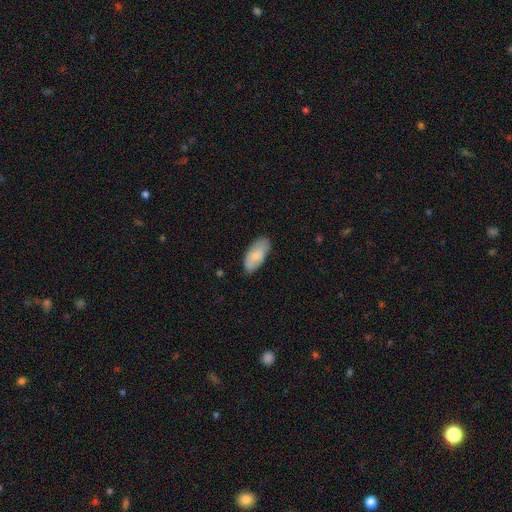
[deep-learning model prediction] Smooth or featured: smooth — 76% (featured or disk — 18%)
How rounded: in between — 91% (cigar-shaped — 6%)
Merging: none — 75% (minor disturbance — 20%)